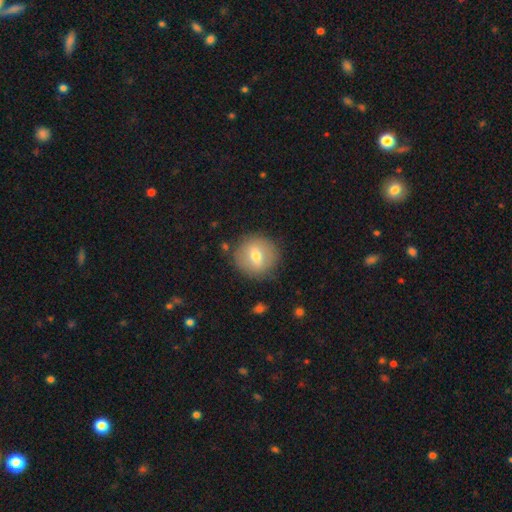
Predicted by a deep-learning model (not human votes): smooth_or_featured: smooth (p=0.63) [alt: featured or disk p=0.29]
how_rounded: round (p=0.90) [alt: in between p=0.09]
merging: none (p=0.85) [alt: minor disturbance p=0.10]